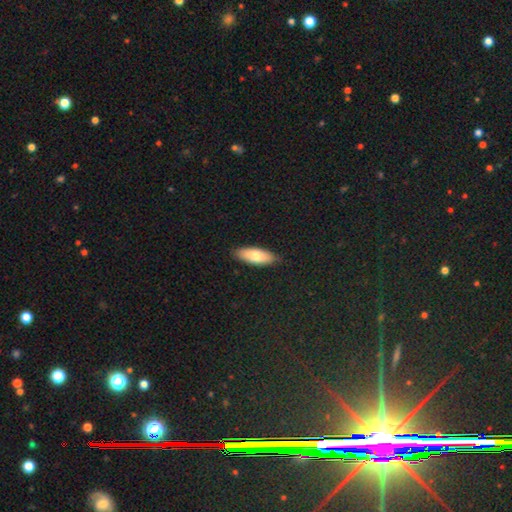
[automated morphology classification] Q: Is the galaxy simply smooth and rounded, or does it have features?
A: smooth — 76%.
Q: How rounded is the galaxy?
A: in between — 73%.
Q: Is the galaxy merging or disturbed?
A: none — 86%.